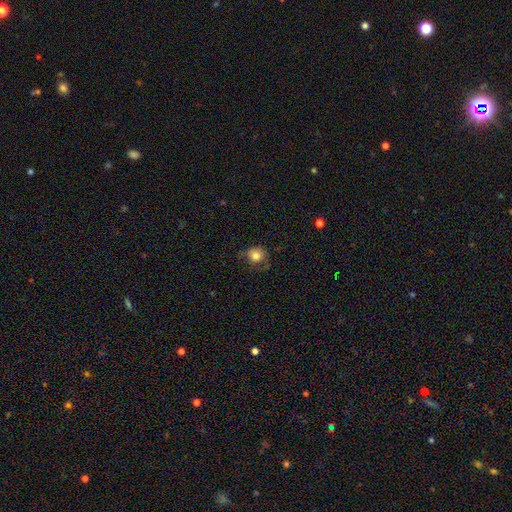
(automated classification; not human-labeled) A smooth galaxy with no disk features (79%) that is round (85%). Merging: none (62%).